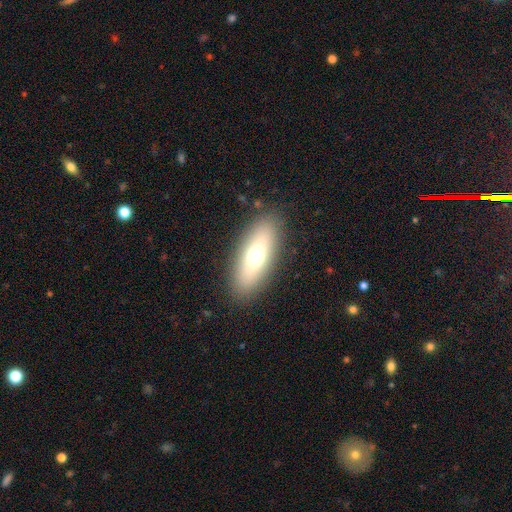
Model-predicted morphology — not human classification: A smooth galaxy with no disk features (64%) that is in between round and cigar-shaped (73%). Merging: none (87%).